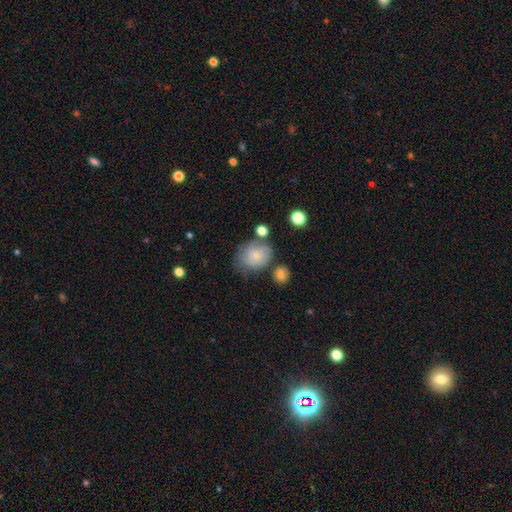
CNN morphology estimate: Smooth or featured? Predicted: smooth (p=0.66). How rounded? Predicted: round (p=0.53). Merging? Predicted: none (p=0.54).